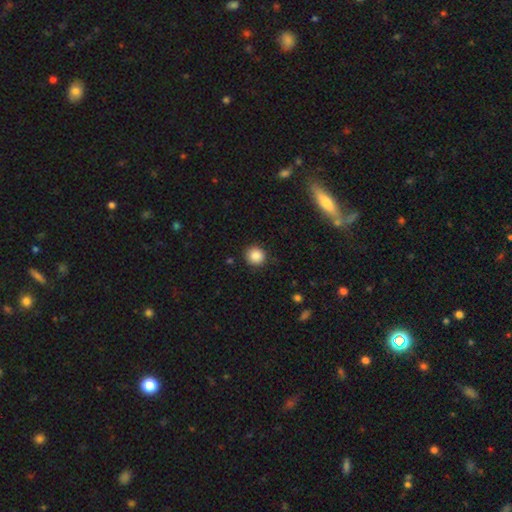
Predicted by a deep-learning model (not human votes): A smooth galaxy with no disk features (87%) that is round (91%). Merging: none (89%).